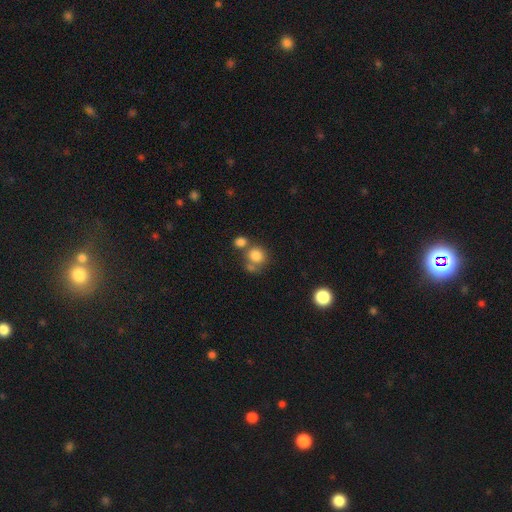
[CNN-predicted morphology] Overall: smooth (80%). How rounded: round (83%). Merging: none (49%; merger 34%).